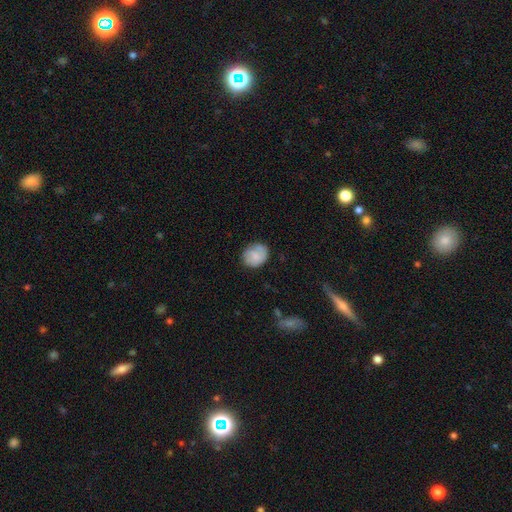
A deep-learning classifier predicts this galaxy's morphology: The model was most divided on "how rounded": round: 65%, in between: 34%, cigar-shaped: 1%. More confident: smooth or featured — smooth (74%); merging — none (73%).